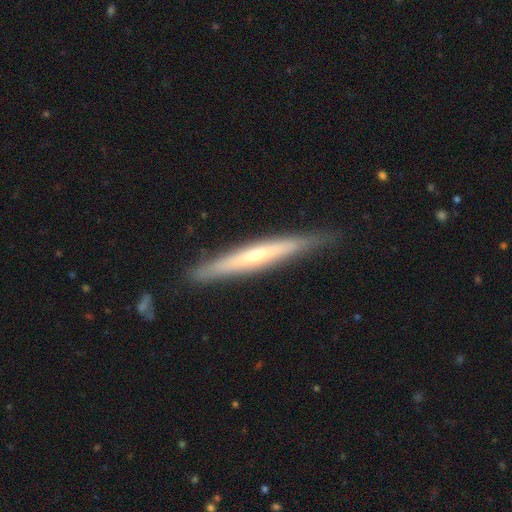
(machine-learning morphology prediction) smooth-or-featured: featured or disk: 63% | smooth: 31% | star or artifact: 6%
  disk-edge-on: yes: 93% | no: 7%
    edge-on-bulge: rounded: 63% | none: 32% | boxy: 5%
  merging: none: 84% | minor disturbance: 12% | major disturbance: 2% | merger: 1%